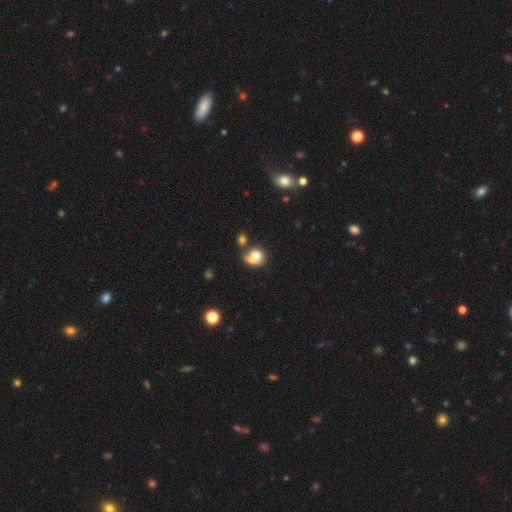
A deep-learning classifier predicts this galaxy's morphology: A smooth galaxy with no disk features (73%) that is round (71%). Merging: none (38%).